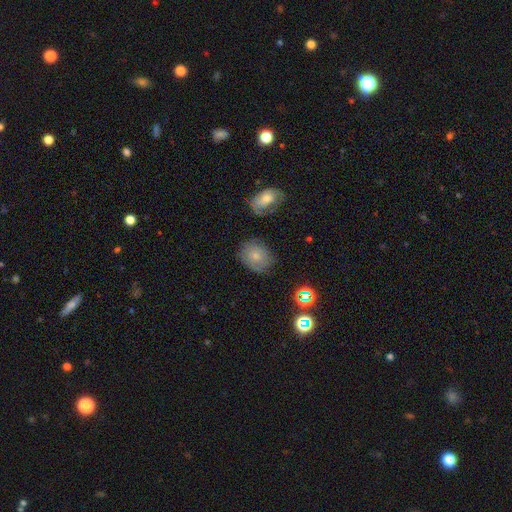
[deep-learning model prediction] This appears to be a smooth galaxy with no disk features (71%) that is round (56%). Merging: none (72%).